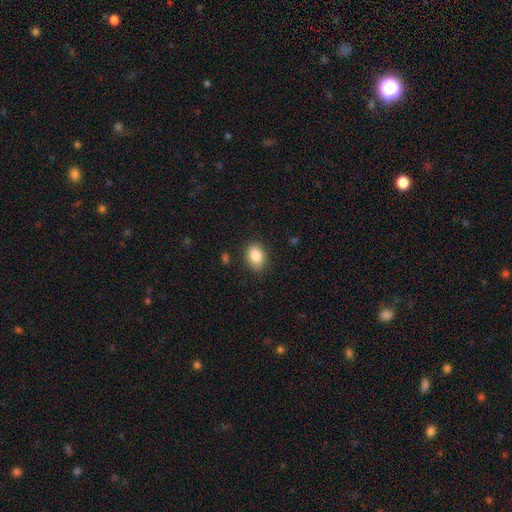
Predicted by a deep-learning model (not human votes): This is clearly a smooth galaxy (85%). How rounded: likely in between (74%). Merging: clearly none (84%).